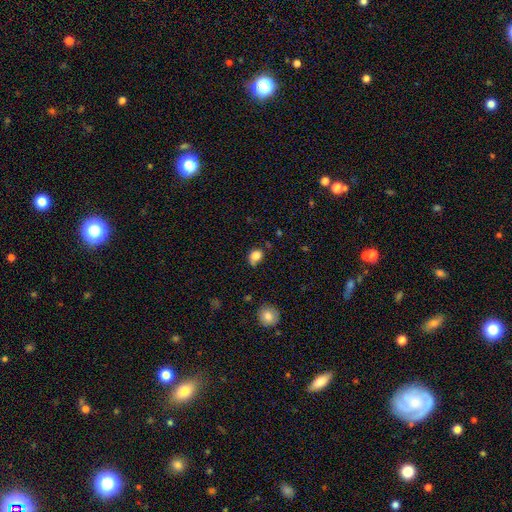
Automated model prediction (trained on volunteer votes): Overall: smooth (82%). How rounded: round (54%; in between 45%). Merging: none (56%; minor disturbance 30%).